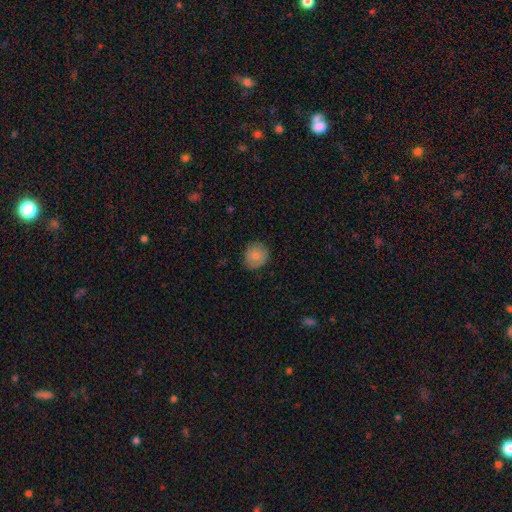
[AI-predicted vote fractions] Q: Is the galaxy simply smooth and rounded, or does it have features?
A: smooth — 82%.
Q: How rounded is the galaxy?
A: round — 87%.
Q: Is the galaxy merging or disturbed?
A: none — 84%.